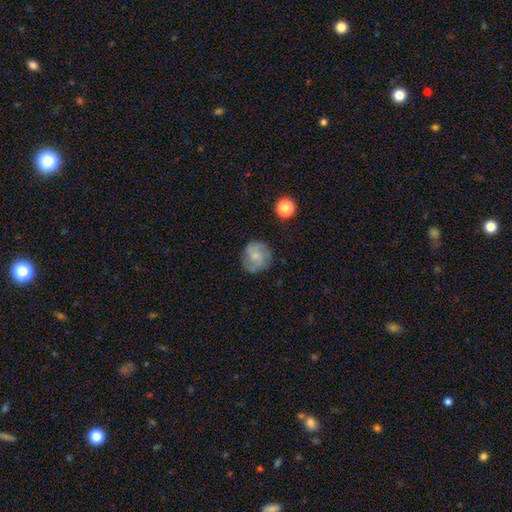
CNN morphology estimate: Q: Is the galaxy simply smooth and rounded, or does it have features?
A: featured or disk — 49%.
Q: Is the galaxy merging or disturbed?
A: none — 78%.